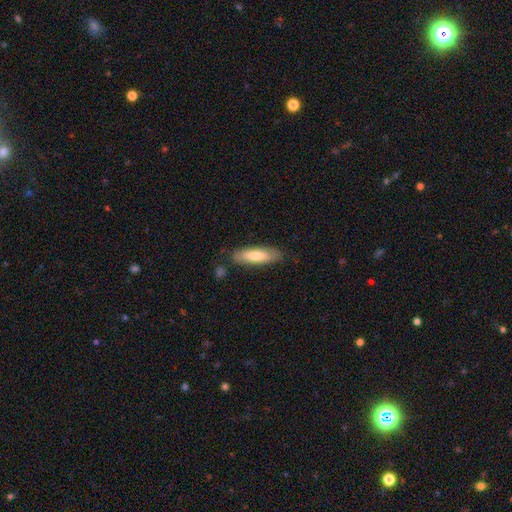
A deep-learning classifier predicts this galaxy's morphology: smooth-or-featured: smooth: 74% | featured or disk: 21% | star or artifact: 6%
  how-rounded: cigar-shaped: 58% | in between: 41% | round: 2%
  merging: none: 80% | minor disturbance: 14% | major disturbance: 3% | merger: 2%